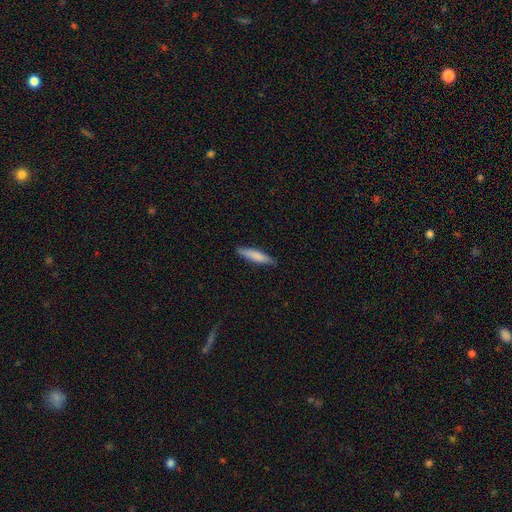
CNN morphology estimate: type=smooth (80%); roundness=cigar-shaped (82%); merging=none (85%).